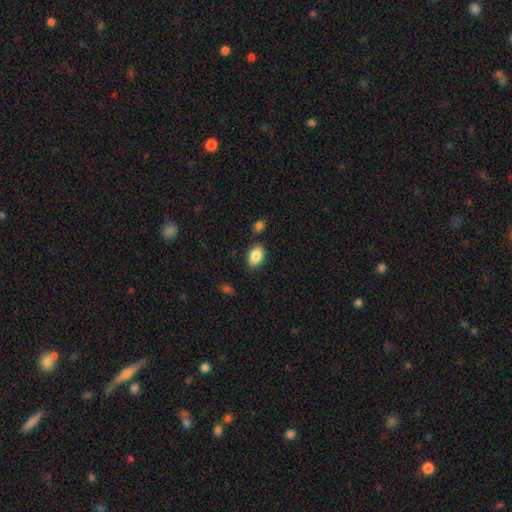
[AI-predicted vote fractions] Q: Smooth or featured?
A: smooth (87%); runner-up: star or artifact (8%)
Q: How rounded?
A: in between (85%); runner-up: round (13%)
Q: Merging?
A: none (82%); runner-up: minor disturbance (11%)